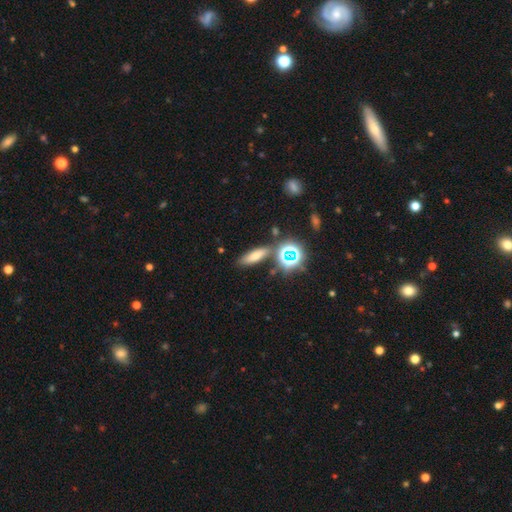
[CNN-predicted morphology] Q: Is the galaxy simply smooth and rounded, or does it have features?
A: smooth — 61%.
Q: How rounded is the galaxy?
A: cigar-shaped — 45%.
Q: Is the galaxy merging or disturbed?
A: none — 78%.